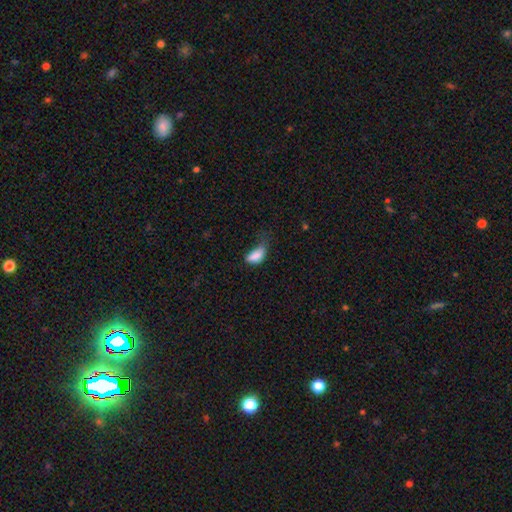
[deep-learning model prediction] smooth-or-featured: smooth: 83% | featured or disk: 9% | star or artifact: 8%
  how-rounded: in between: 91% | round: 5% | cigar-shaped: 5%
  merging: major disturbance: 44% | minor disturbance: 33% | none: 18% | merger: 4%